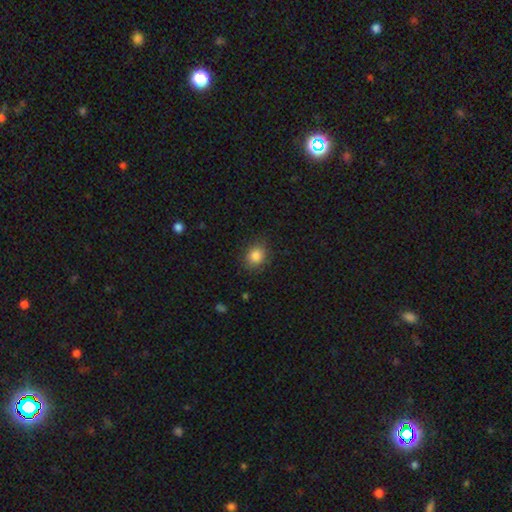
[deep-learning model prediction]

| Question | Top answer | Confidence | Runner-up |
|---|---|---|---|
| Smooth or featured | smooth | 85% | star or artifact (10%) |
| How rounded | round | 61% | in between (38%) |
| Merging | none | 84% | minor disturbance (12%) |